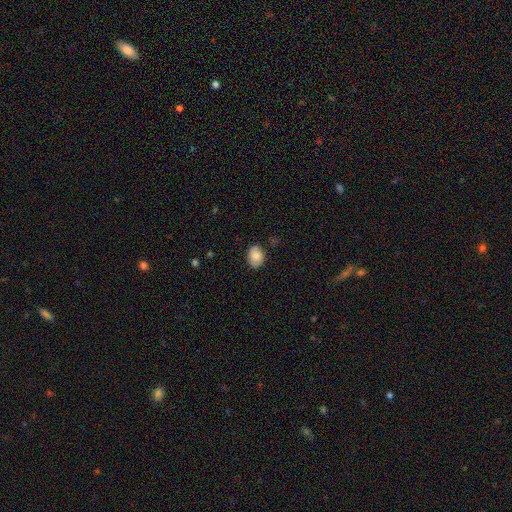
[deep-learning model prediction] smooth-or-featured: smooth: 76% | featured or disk: 16% | star or artifact: 8%
  how-rounded: in between: 61% | round: 38% | cigar-shaped: 1%
  merging: none: 79% | minor disturbance: 16% | major disturbance: 3% | merger: 1%